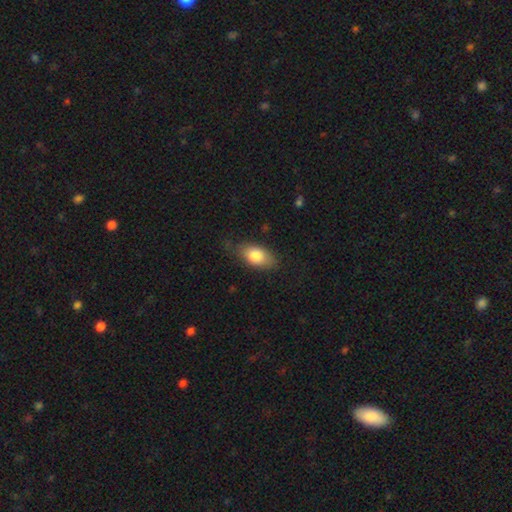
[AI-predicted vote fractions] This is clearly a smooth galaxy (81%). How rounded: clearly in between (88%). Merging: likely none (71%).